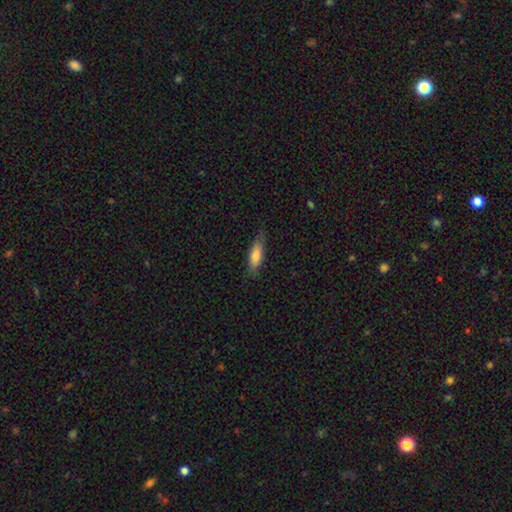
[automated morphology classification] smooth 76%, featured or disk 18%, star or artifact 6%. Down the decision tree: how rounded — cigar-shaped (52%); merging — none (80%).